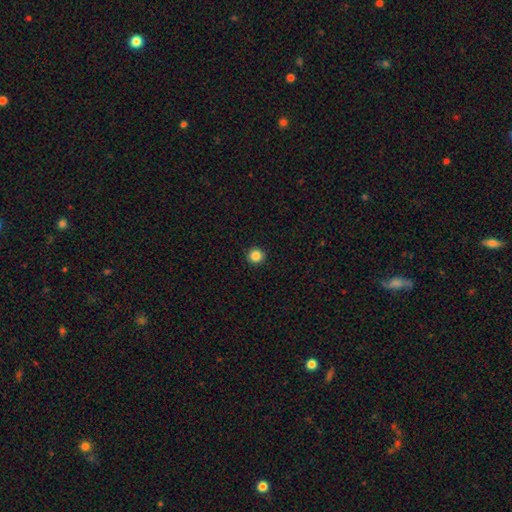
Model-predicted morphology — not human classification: Smooth or featured?
  - smooth: 86% *
  - star or artifact: 11%
  - featured or disk: 3%
How rounded?
  - round: 96% *
  - in between: 3%
  - cigar-shaped: 1%
Merging?
  - none: 94% *
  - minor disturbance: 4%
  - major disturbance: 1%
  - merger: 1%